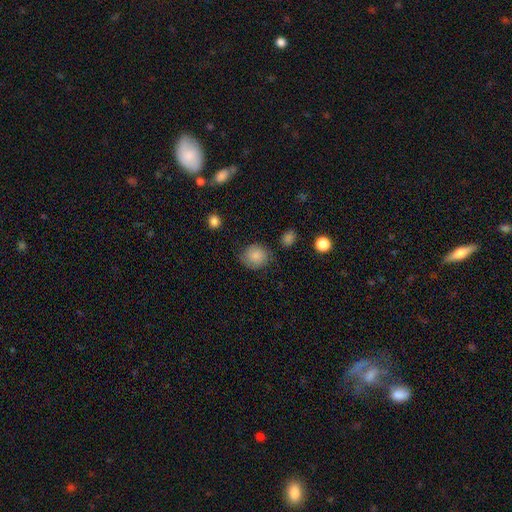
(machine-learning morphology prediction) Overall: smooth (79%). How rounded: round (76%). Merging: none (73%).